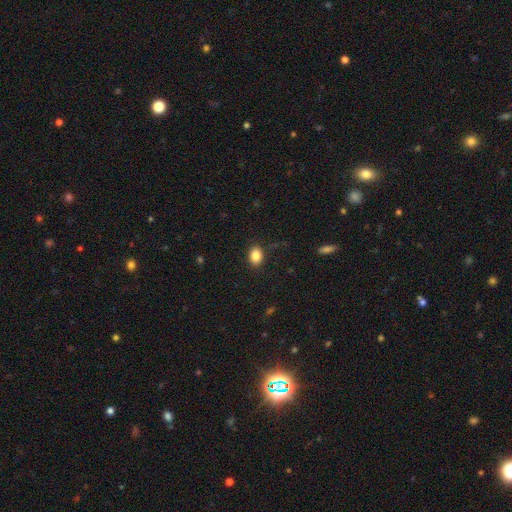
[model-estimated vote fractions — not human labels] smooth_or_featured: smooth (p=0.85) [alt: star or artifact p=0.09]
how_rounded: in between (p=0.69) [alt: round p=0.30]
merging: none (p=0.86) [alt: minor disturbance p=0.10]